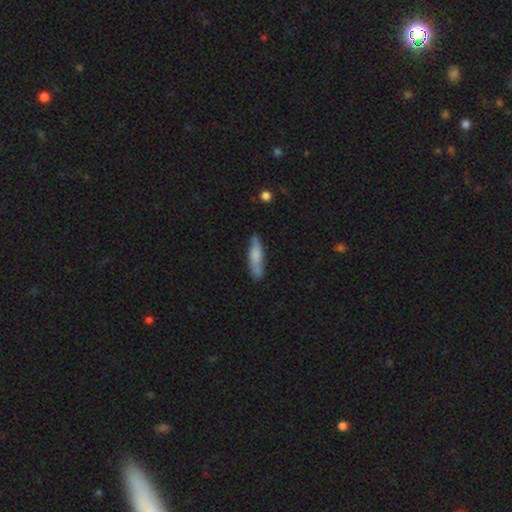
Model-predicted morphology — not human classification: This appears to be a smooth galaxy with no disk features (67%) that is cigar-shaped (74%). Merging: none (75%).